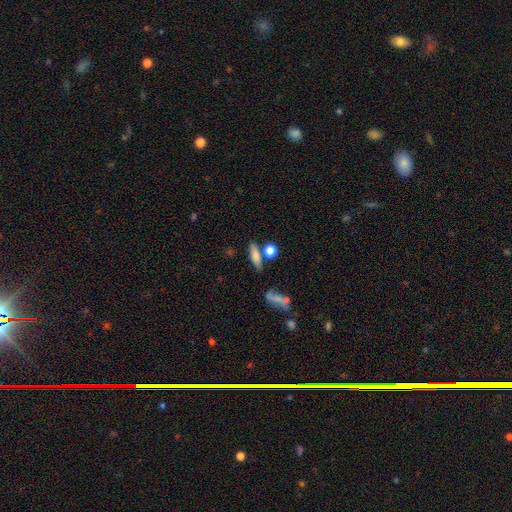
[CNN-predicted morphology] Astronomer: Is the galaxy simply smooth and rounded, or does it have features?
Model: smooth — 74%.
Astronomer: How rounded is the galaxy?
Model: cigar-shaped — 48% (runner-up: in between, 43%).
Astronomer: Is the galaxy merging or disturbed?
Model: none — 68%.